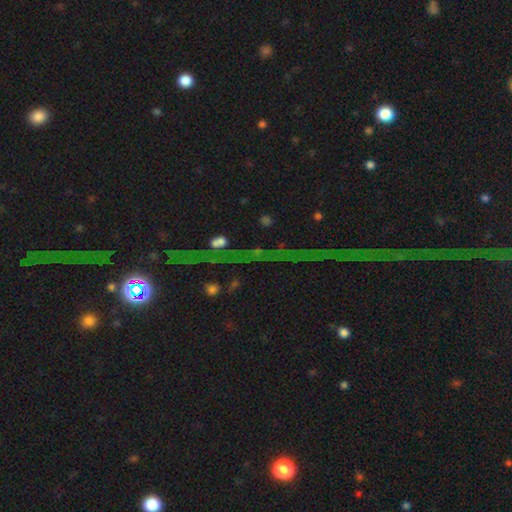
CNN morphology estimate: This appears to be a star or artifact, not a galaxy (82%).